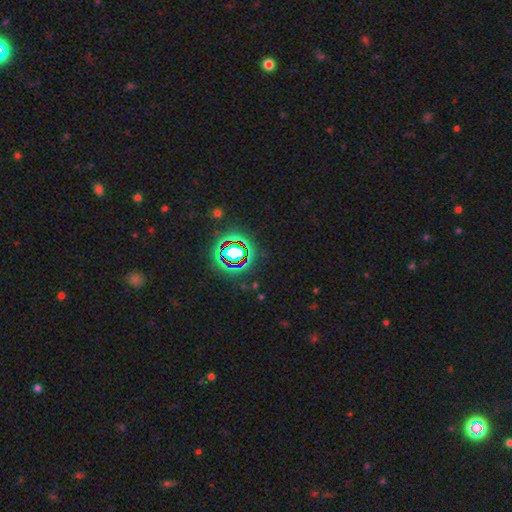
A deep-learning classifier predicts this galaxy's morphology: Smooth or featured? Predicted: star or artifact (p=0.70).